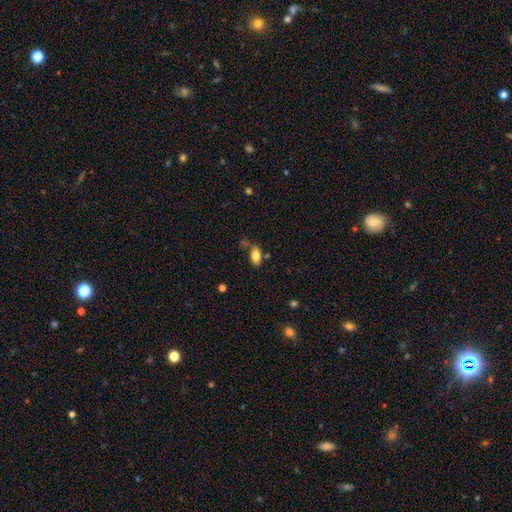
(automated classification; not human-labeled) This is clearly a smooth galaxy (80%). How rounded: clearly in between (91%). Merging: likely none (65%).